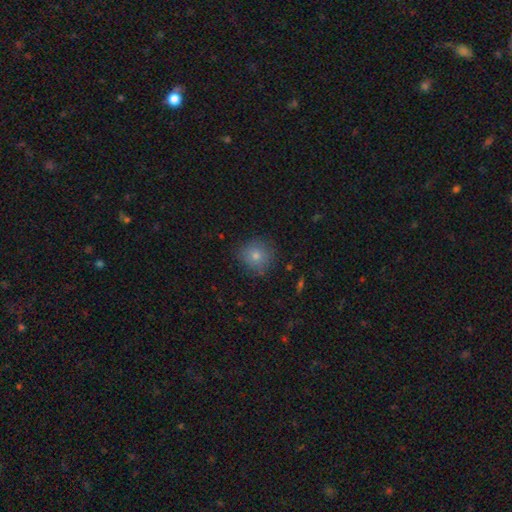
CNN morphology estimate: This is likely a smooth galaxy (75%). How rounded: clearly round (92%). Merging: clearly none (83%).